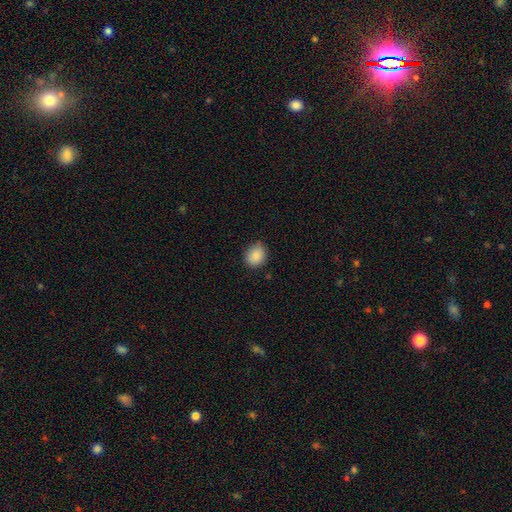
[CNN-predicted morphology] A smooth galaxy with no disk features (86%) that is round (62%).

Vote fractions:
- Smooth or featured? smooth: 86% / star or artifact: 8% / featured or disk: 6%
- How rounded? round: 62% / in between: 37% / cigar-shaped: 1%
- Merging? none: 79% / minor disturbance: 17% / major disturbance: 3% / merger: 1%